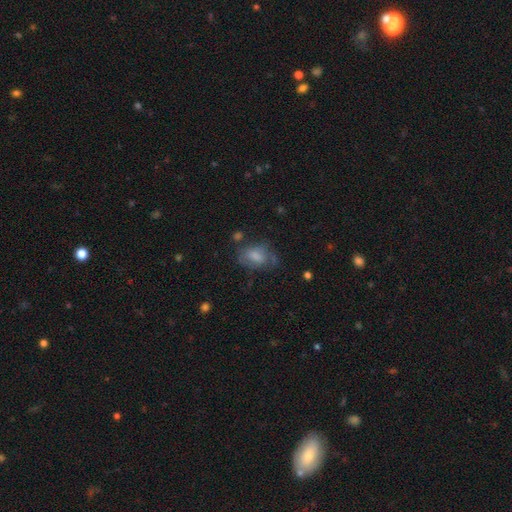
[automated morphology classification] A smooth galaxy with no disk features (63%) that is in between round and cigar-shaped (82%). Merging: none (47%).